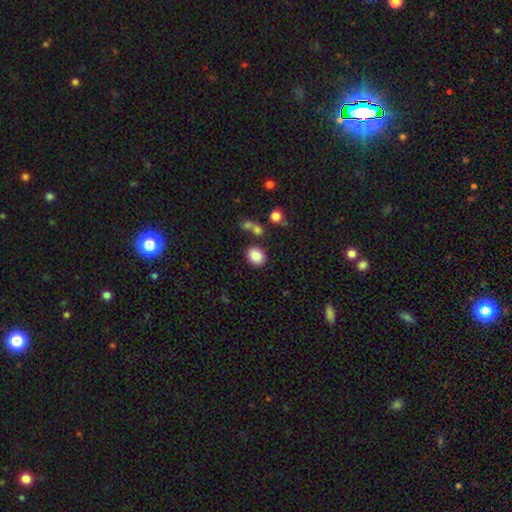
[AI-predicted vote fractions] Overall: smooth (85%). How rounded: round (62%; in between 37%). Merging: none (79%).